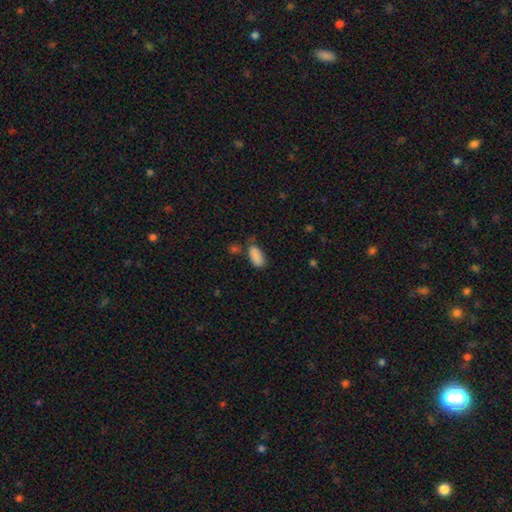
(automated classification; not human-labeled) A smooth galaxy with no disk features (87%) that is in between round and cigar-shaped (90%).

Vote fractions:
- Smooth or featured? smooth: 87% / star or artifact: 8% / featured or disk: 4%
- How rounded? in between: 90% / cigar-shaped: 7% / round: 3%
- Merging? none: 60% / minor disturbance: 24% / merger: 9% / major disturbance: 7%